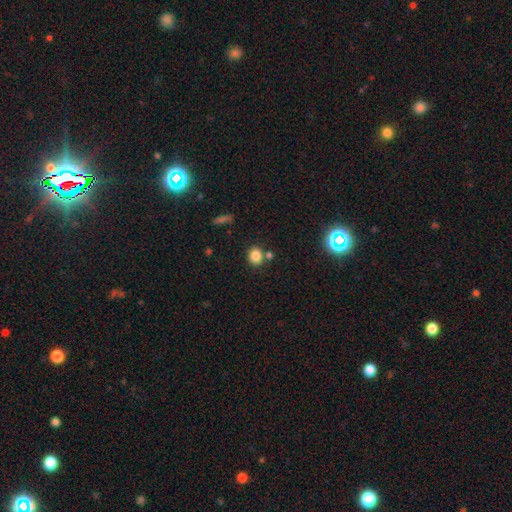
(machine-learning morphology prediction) This appears to be a smooth galaxy with no disk features (83%) that is round (74%). Merging: none (73%).